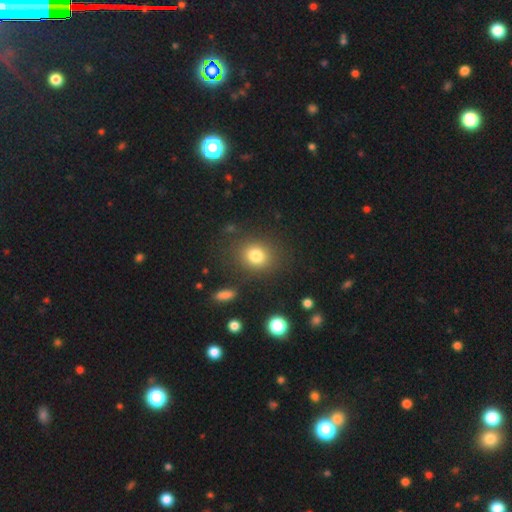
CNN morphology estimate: Smooth or featured? smooth (80%)
How rounded? round (62%)
Merging? none (83%)